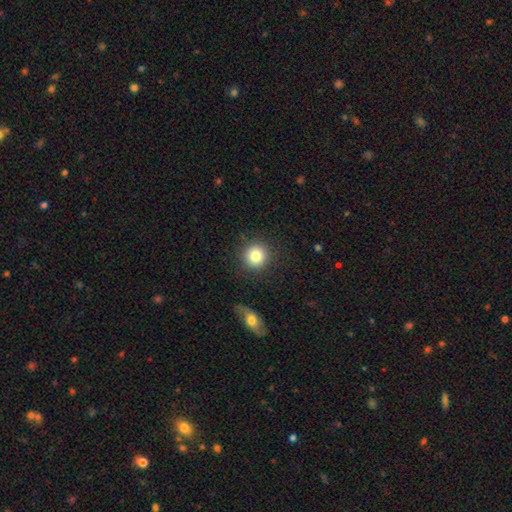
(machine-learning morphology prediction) This appears to be a smooth galaxy with no disk features (81%) that is round (93%). Merging: none (87%).